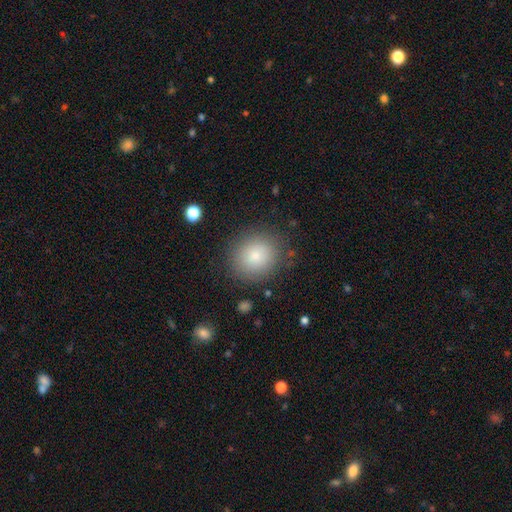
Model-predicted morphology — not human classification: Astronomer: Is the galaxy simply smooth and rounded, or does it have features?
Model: smooth — 81%.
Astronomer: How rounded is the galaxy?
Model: round — 79%.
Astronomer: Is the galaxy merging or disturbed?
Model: none — 83%.